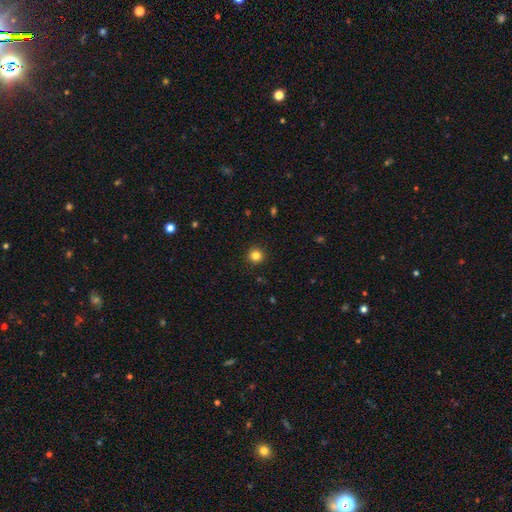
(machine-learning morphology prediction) type=smooth (83%); roundness=round (95%); merging=none (93%).